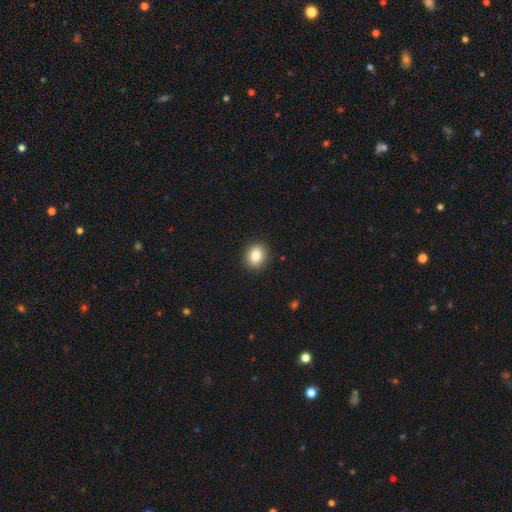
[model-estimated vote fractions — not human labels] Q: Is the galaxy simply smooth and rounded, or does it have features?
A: smooth — 84%.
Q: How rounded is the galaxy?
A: round — 58%.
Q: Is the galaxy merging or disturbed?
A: none — 90%.